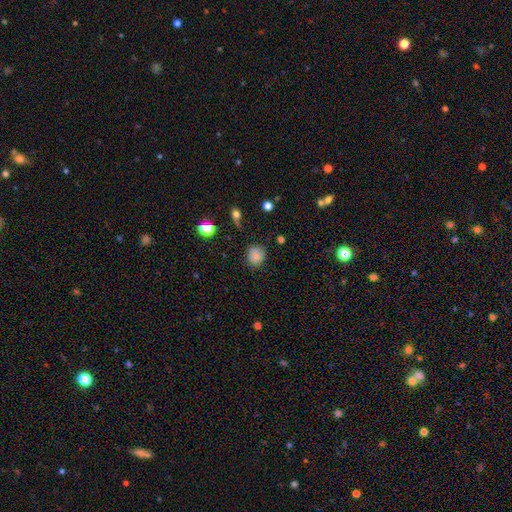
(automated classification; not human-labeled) Q: Smooth or featured?
A: smooth (82%); runner-up: star or artifact (11%)
Q: How rounded?
A: round (79%); runner-up: in between (19%)
Q: Merging?
A: none (76%); runner-up: minor disturbance (17%)